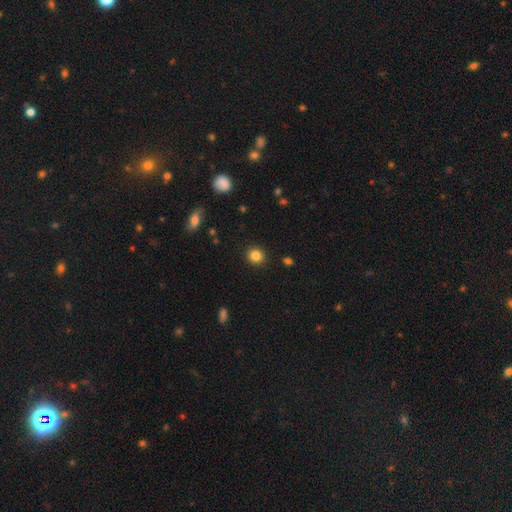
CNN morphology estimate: Smooth or featured? Predicted: smooth (p=0.84). How rounded? Predicted: round (p=0.88). Merging? Predicted: none (p=0.92).